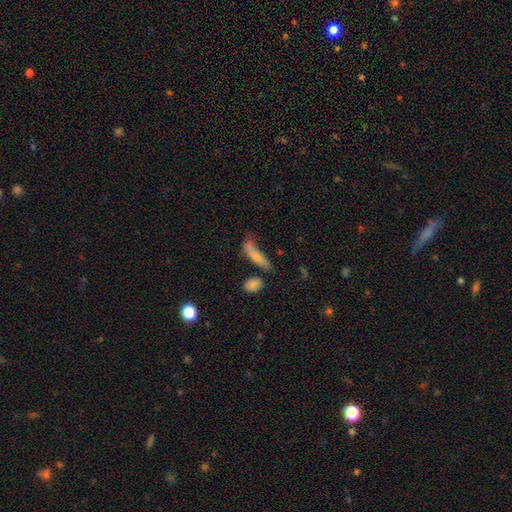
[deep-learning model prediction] smooth 73%, featured or disk 18%, star or artifact 9%. Down the decision tree: how rounded — cigar-shaped (61%); merging — none (44%).